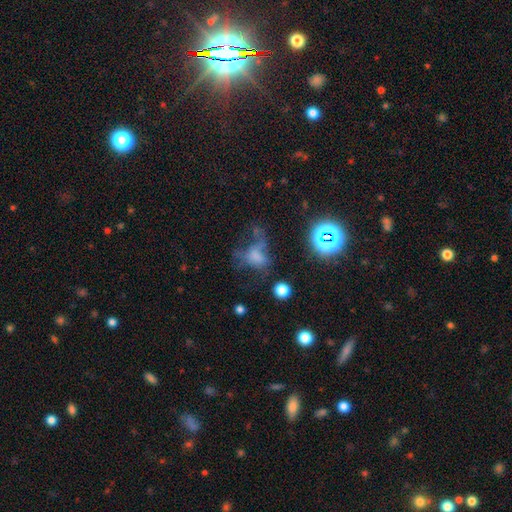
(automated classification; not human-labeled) Overall: smooth (46%; featured or disk 29%). Merging: major disturbance (47%; none 27%).